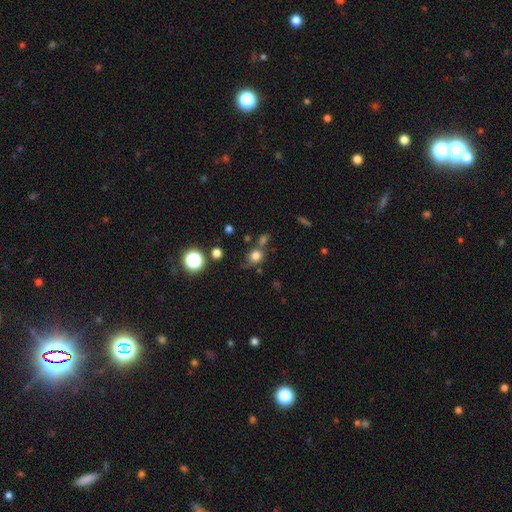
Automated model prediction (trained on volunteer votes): smooth 77%, star or artifact 16%, featured or disk 8%. Down the decision tree: how rounded — round (82%); merging — none (58%).